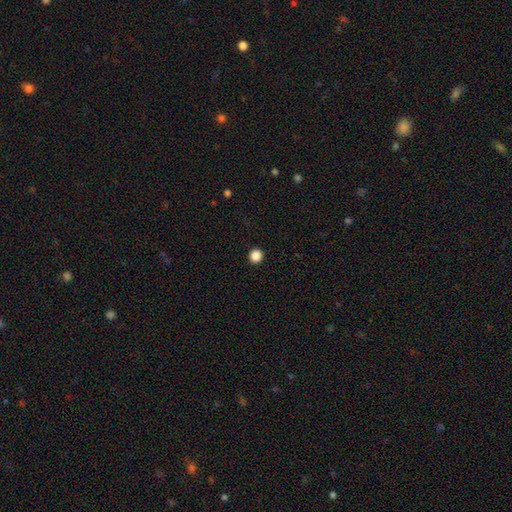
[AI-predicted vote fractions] This is clearly a smooth galaxy (87%). How rounded: clearly round (94%). Merging: clearly none (94%).